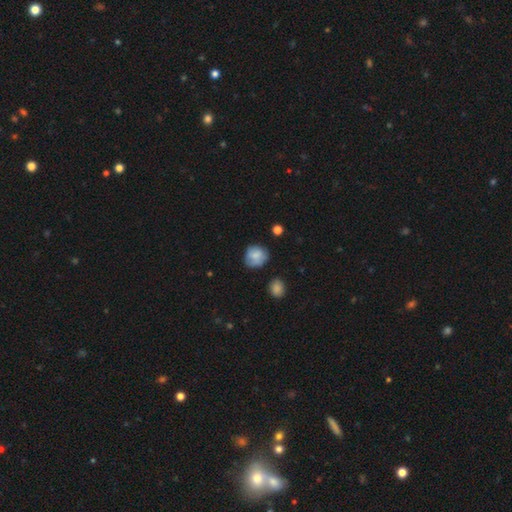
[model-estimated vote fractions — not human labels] The model was most divided on "merging": none: 66%, minor disturbance: 25%, major disturbance: 6%, merger: 3%. More confident: how rounded — round (80%); smooth or featured — smooth (77%).